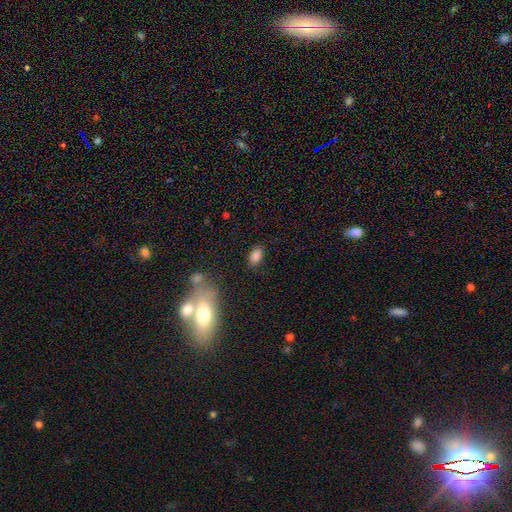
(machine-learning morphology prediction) smooth 83%, star or artifact 10%, featured or disk 7%. Down the decision tree: how rounded — in between (90%); merging — none (82%).